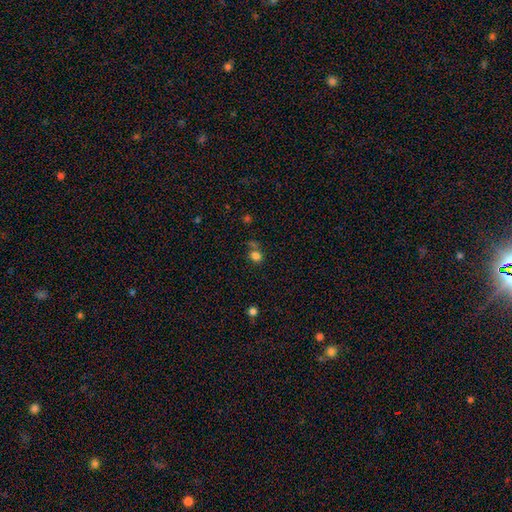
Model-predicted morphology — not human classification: A smooth galaxy with no disk features (77%) that is round (60%).

Vote fractions:
- Smooth or featured? smooth: 77% / star or artifact: 17% / featured or disk: 7%
- How rounded? round: 60% / in between: 39% / cigar-shaped: 1%
- Merging? none: 57% / merger: 18% / minor disturbance: 17% / major disturbance: 9%